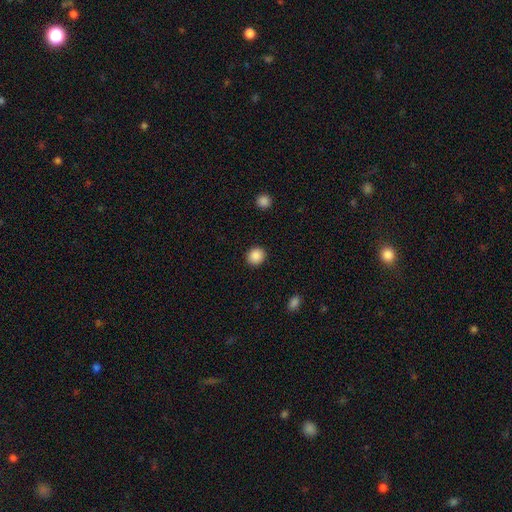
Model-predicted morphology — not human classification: type=smooth (88%); roundness=round (80%); merging=none (91%).